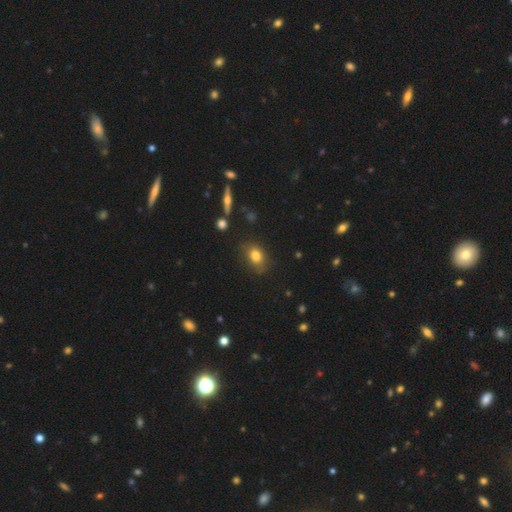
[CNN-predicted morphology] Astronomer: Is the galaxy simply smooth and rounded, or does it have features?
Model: smooth — 79%.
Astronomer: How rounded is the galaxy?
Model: in between — 62%.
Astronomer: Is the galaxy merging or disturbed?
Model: none — 75%.